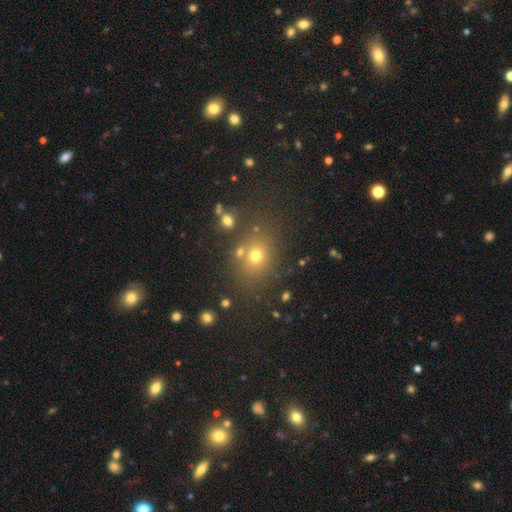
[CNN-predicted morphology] type=smooth (67%); roundness=round (55%); merging=none (73%).